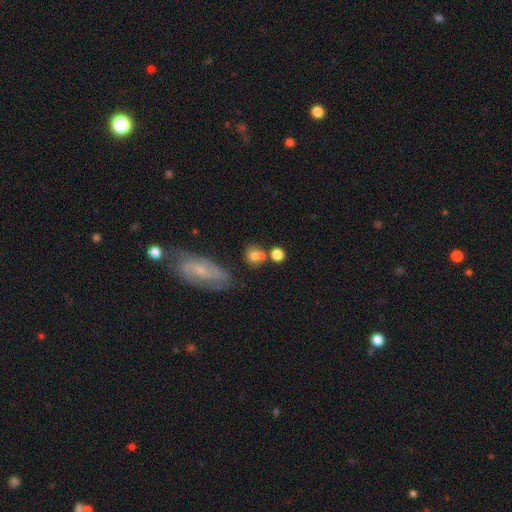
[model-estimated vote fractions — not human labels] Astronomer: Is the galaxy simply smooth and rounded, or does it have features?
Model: smooth — 74%.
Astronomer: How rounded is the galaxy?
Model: round — 75%.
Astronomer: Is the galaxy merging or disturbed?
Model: none — 52% (runner-up: merger, 30%).